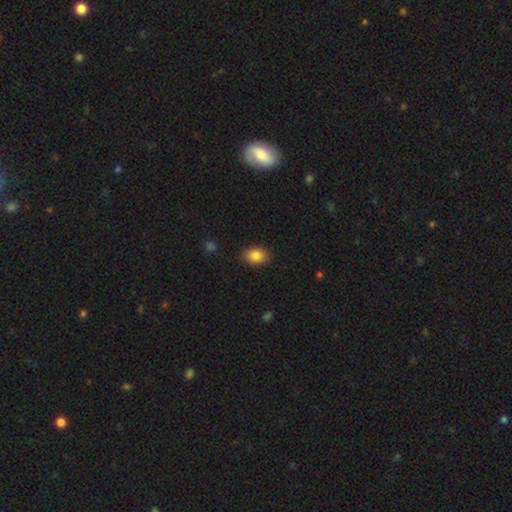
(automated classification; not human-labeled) smooth-or-featured: smooth: 86% | star or artifact: 9% | featured or disk: 5%
  how-rounded: in between: 75% | round: 24% | cigar-shaped: 1%
  merging: none: 87% | minor disturbance: 9% | major disturbance: 2% | merger: 1%